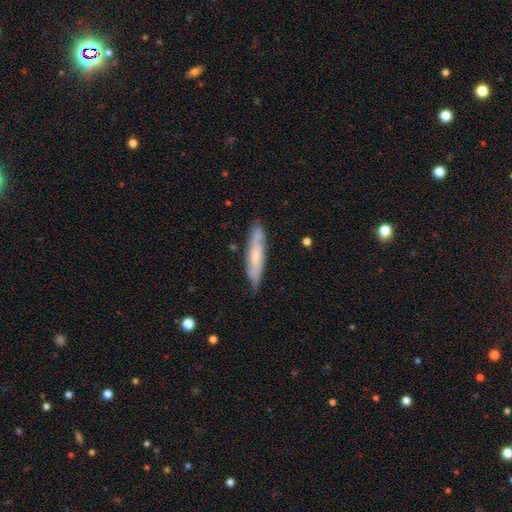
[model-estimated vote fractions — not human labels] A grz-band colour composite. It shows a featured or disk galaxy (51%) viewed edge-on (51%). Merging: none (79%).